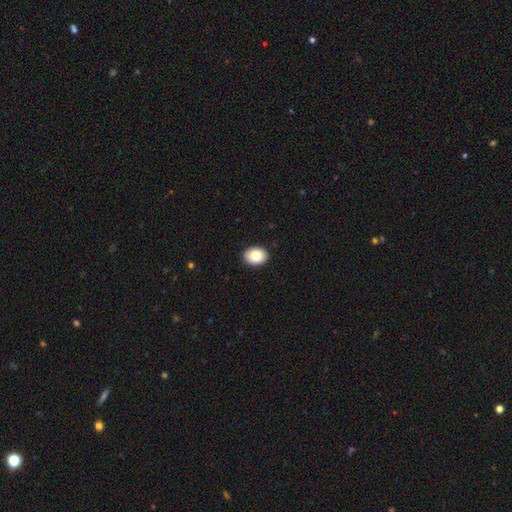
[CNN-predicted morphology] Smooth or featured? smooth (87%)
How rounded? in between (69%)
Merging? none (90%)